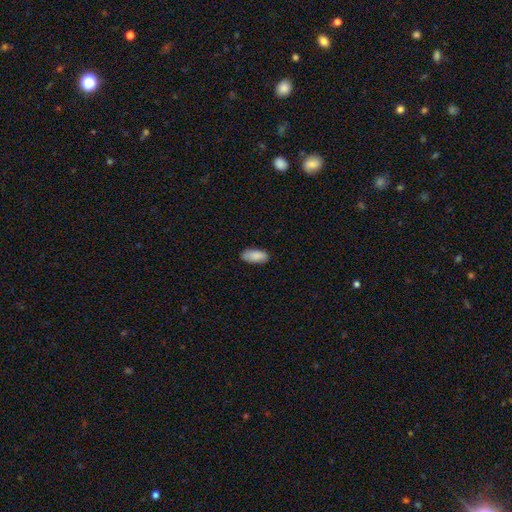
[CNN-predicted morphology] A smooth galaxy with no disk features (89%) that is in between round and cigar-shaped (89%). Merging: none (84%).